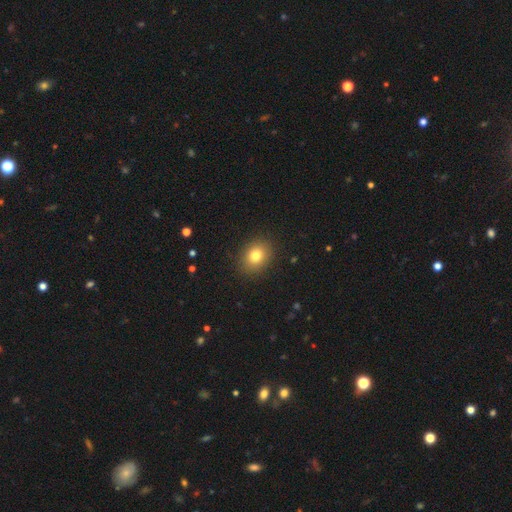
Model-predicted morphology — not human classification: Smooth or featured? Predicted: smooth (p=0.79). How rounded? Predicted: round (p=0.52). Merging? Predicted: none (p=0.89).